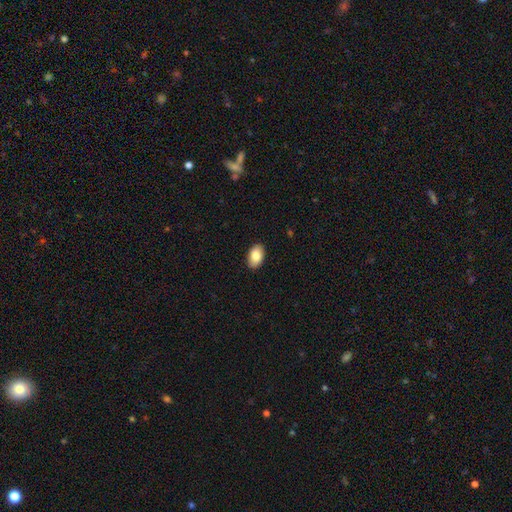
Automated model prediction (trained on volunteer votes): Smooth or featured? Predicted: smooth (p=0.86). How rounded? Predicted: in between (p=0.93). Merging? Predicted: none (p=0.89).